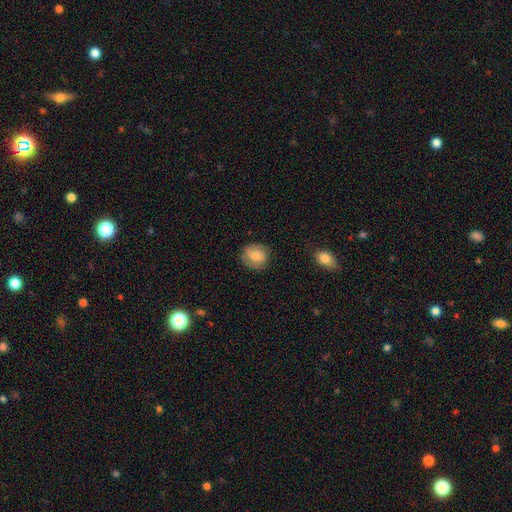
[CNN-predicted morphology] A smooth galaxy with no disk features (75%) that is round (83%).

Vote fractions:
- Smooth or featured? smooth: 75% / featured or disk: 17% / star or artifact: 8%
- How rounded? round: 83% / in between: 16% / cigar-shaped: 1%
- Merging? none: 80% / minor disturbance: 15% / major disturbance: 4% / merger: 1%